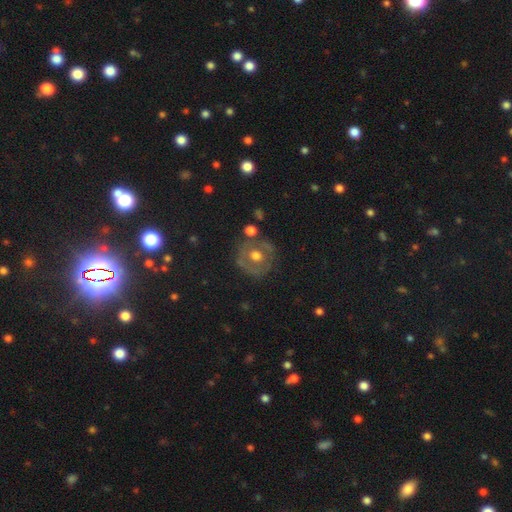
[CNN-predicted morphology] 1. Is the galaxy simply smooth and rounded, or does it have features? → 51% featured or disk, 37% smooth, 11% star or artifact.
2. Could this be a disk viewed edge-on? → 95% no, 5% yes.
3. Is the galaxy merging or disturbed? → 75% none, 15% minor disturbance, 6% major disturbance, 4% merger.